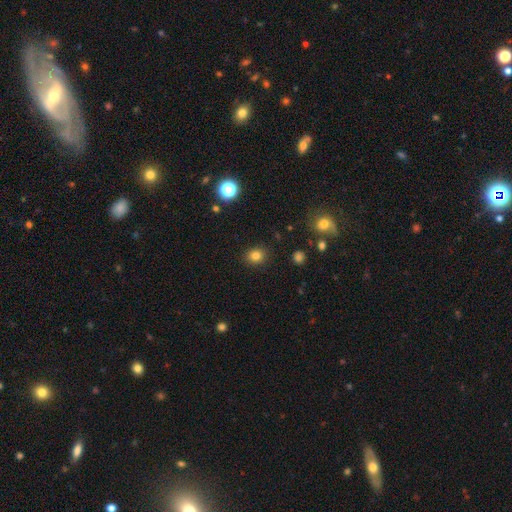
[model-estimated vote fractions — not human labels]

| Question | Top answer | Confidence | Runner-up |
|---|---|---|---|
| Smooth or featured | smooth | 81% | star or artifact (13%) |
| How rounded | round | 75% | in between (24%) |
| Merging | none | 90% | minor disturbance (7%) |